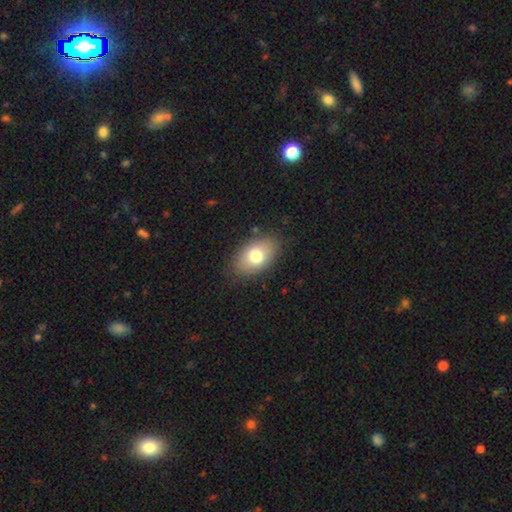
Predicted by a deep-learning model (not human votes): Morphology: type=smooth (74%); roundness=in between (88%); merging=none (82%).